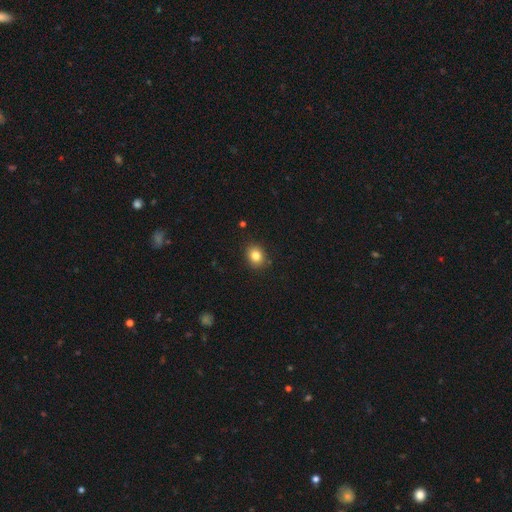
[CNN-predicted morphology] smooth-or-featured: smooth: 83% | star or artifact: 11% | featured or disk: 6%
  how-rounded: round: 58% | in between: 42% | cigar-shaped: 1%
  merging: none: 87% | minor disturbance: 9% | major disturbance: 2% | merger: 2%